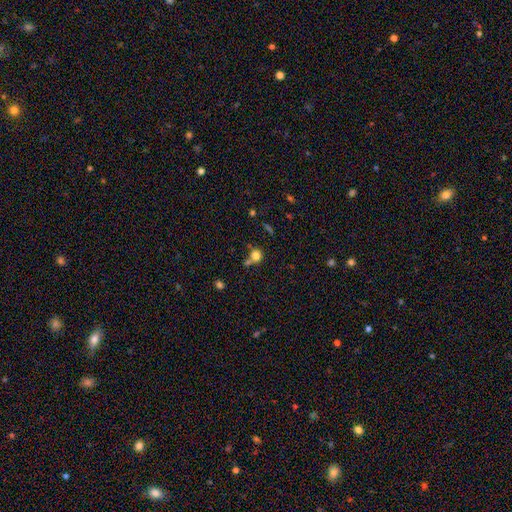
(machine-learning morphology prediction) Q: Smooth or featured?
A: smooth (79%); runner-up: star or artifact (13%)
Q: How rounded?
A: round (87%); runner-up: in between (12%)
Q: Merging?
A: none (54%); runner-up: merger (30%)